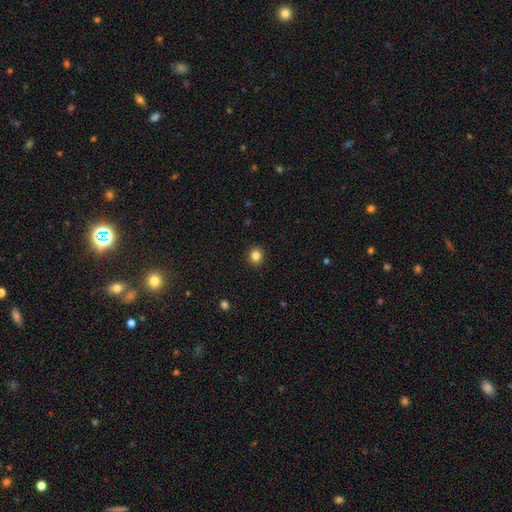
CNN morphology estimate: Smooth or featured?
  - smooth: 84% *
  - star or artifact: 12%
  - featured or disk: 5%
How rounded?
  - round: 87% *
  - in between: 12%
  - cigar-shaped: 1%
Merging?
  - none: 92% *
  - minor disturbance: 5%
  - major disturbance: 2%
  - merger: 1%